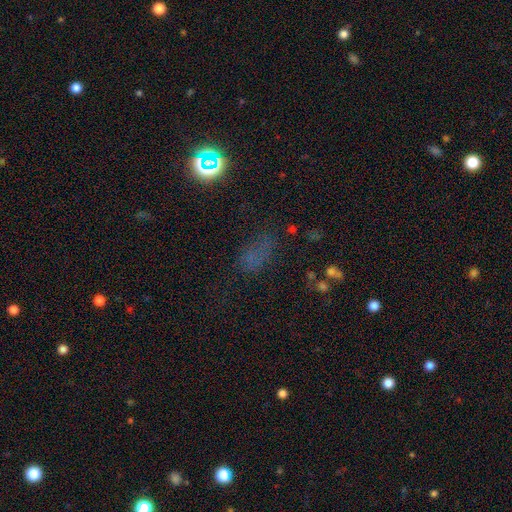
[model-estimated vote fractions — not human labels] A smooth galaxy with no disk features (46%).

Vote fractions:
- Smooth or featured? smooth: 46% / star or artifact: 40% / featured or disk: 14%
- Merging? none: 55% / minor disturbance: 21% / major disturbance: 19% / merger: 5%